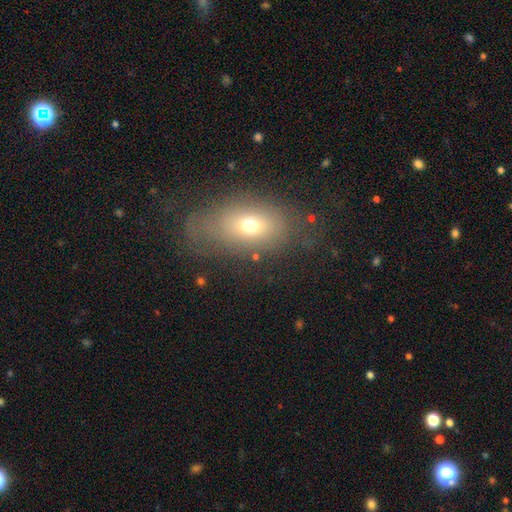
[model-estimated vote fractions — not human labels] This is likely a smooth galaxy (62%). How rounded: likely in between (79%). Merging: possibly none (56%).